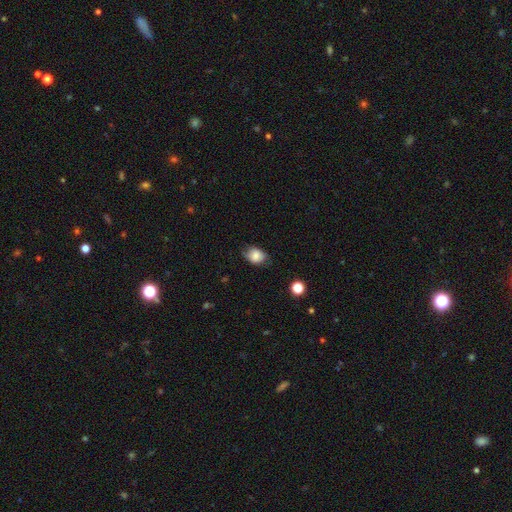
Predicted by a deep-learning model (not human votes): Overall: smooth (80%). How rounded: in between (63%; round 36%). Merging: none (71%).